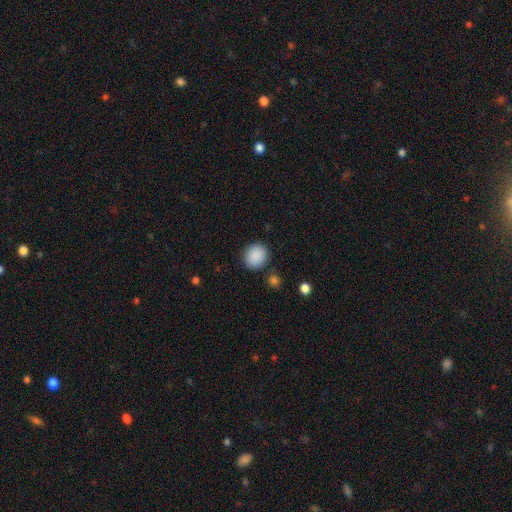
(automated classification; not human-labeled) Morphology: type=smooth (89%); roundness=round (79%); merging=none (86%).